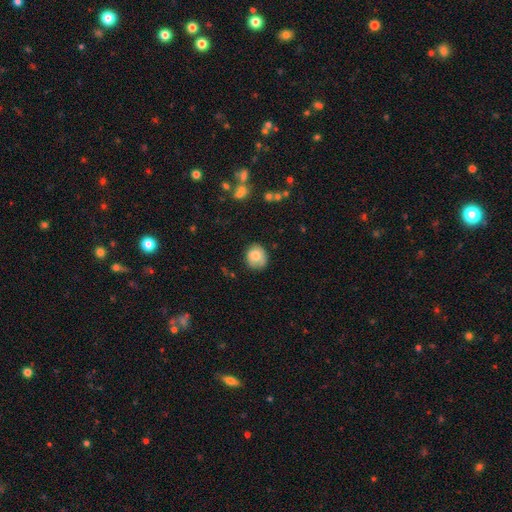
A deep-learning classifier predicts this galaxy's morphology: Smooth or featured? Predicted: smooth (p=0.78). How rounded? Predicted: round (p=0.77). Merging? Predicted: none (p=0.72).